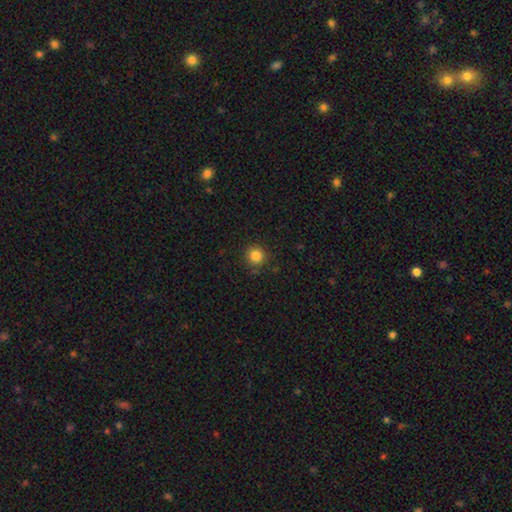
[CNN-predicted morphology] smooth-or-featured: smooth: 84% | star or artifact: 12% | featured or disk: 4%
  how-rounded: round: 94% | in between: 5% | cigar-shaped: 1%
  merging: none: 88% | minor disturbance: 8% | major disturbance: 2% | merger: 2%